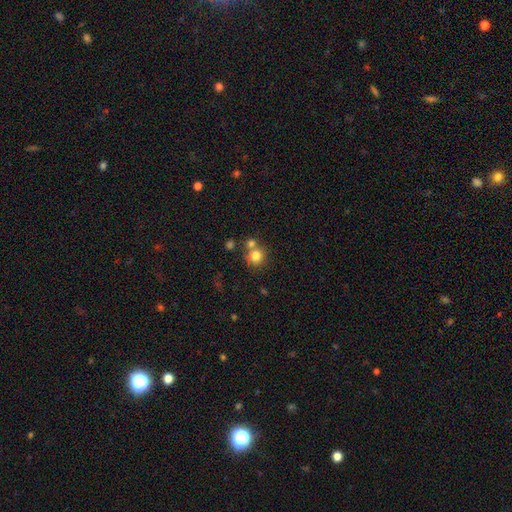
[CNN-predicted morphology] Smooth or featured?
  - smooth: 78% *
  - star or artifact: 12%
  - featured or disk: 10%
How rounded?
  - round: 88% *
  - in between: 11%
  - cigar-shaped: 1%
Merging?
  - none: 57% *
  - merger: 31%
  - minor disturbance: 9%
  - major disturbance: 3%